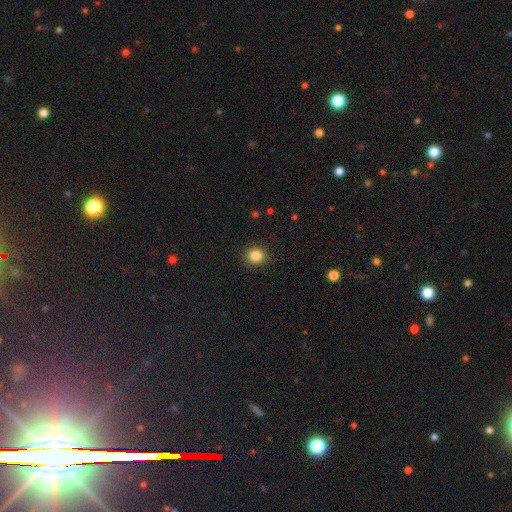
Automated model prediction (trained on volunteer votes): Morphology: type=smooth (84%); roundness=round (86%); merging=none (91%).